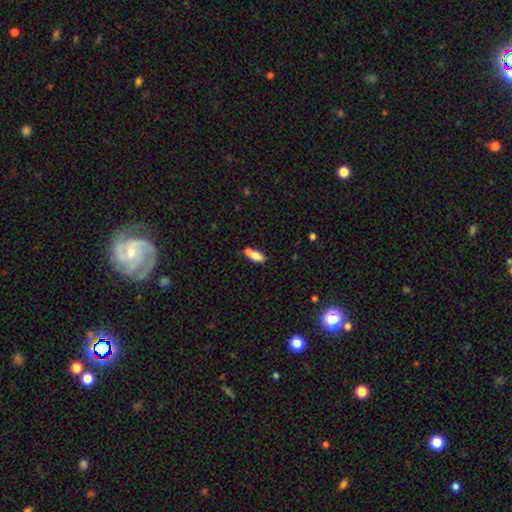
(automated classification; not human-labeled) smooth-or-featured: smooth: 77% | featured or disk: 15% | star or artifact: 8%
  how-rounded: in between: 74% | cigar-shaped: 23% | round: 3%
  merging: none: 44% | merger: 36% | minor disturbance: 15% | major disturbance: 5%